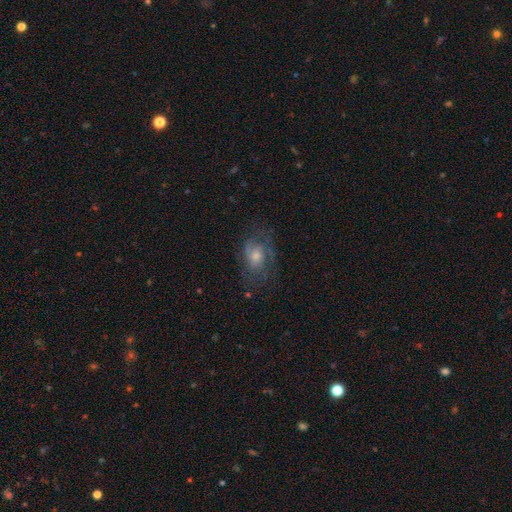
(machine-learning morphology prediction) Smooth or featured? featured or disk (54%)
Edge-on disk? no (95%)
Bar? no (74%)
Spiral arms? yes (71%)
Bulge size? moderate (52%)
Merging? none (61%)